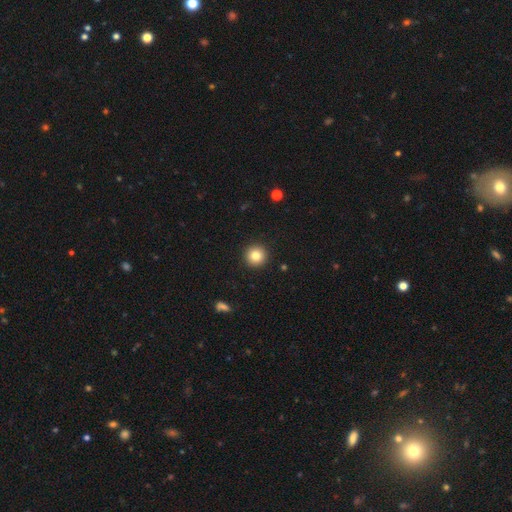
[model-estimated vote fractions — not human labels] This is clearly a smooth galaxy (82%). How rounded: clearly round (96%). Merging: clearly none (93%).